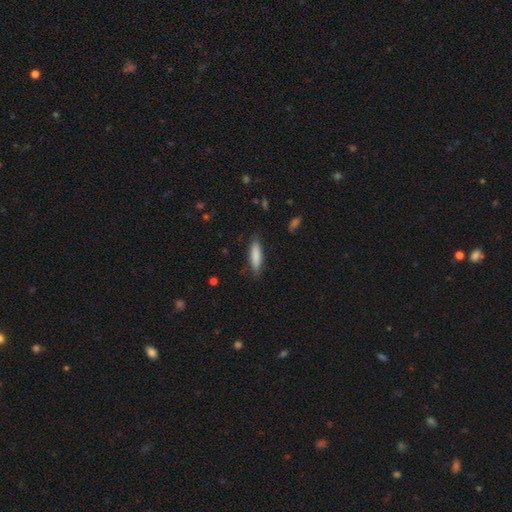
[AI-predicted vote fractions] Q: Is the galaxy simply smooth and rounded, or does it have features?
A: smooth — 84%.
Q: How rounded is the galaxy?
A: cigar-shaped — 68%.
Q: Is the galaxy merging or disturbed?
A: none — 82%.